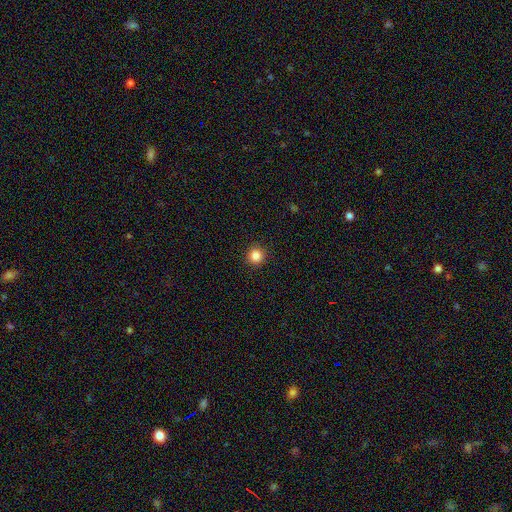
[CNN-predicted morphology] Overall: smooth (85%). How rounded: round (95%). Merging: none (93%).